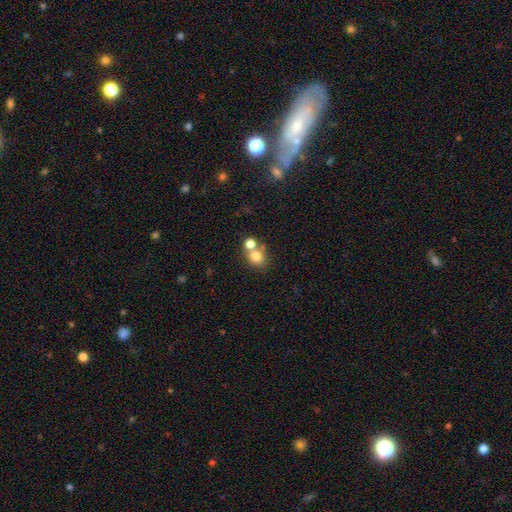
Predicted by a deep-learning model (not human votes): A smooth galaxy with no disk features (78%) that is round (75%).

Vote fractions:
- Smooth or featured? smooth: 78% / star or artifact: 12% / featured or disk: 10%
- How rounded? round: 75% / in between: 24% / cigar-shaped: 1%
- Merging? none: 47% / merger: 42% / minor disturbance: 8% / major disturbance: 4%